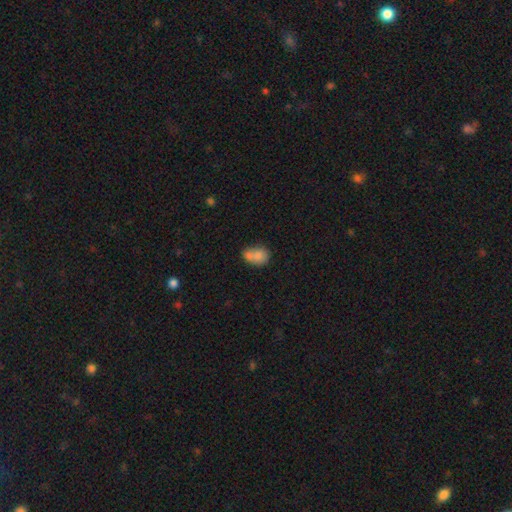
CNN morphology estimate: type=smooth (77%); roundness=in between (56%); merging=merger (52%).